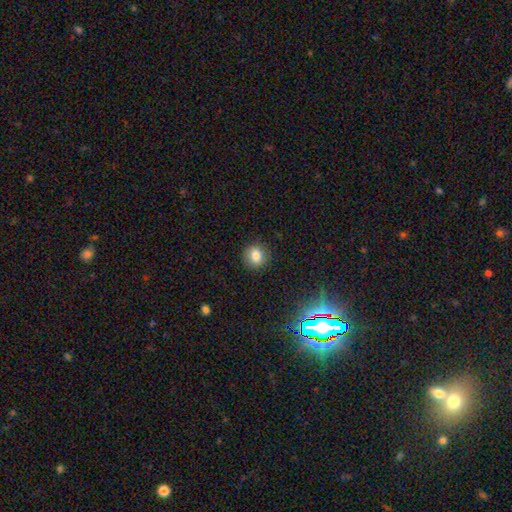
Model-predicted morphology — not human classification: smooth 80%, star or artifact 12%, featured or disk 9%. Down the decision tree: how rounded — round (83%); merging — none (90%).